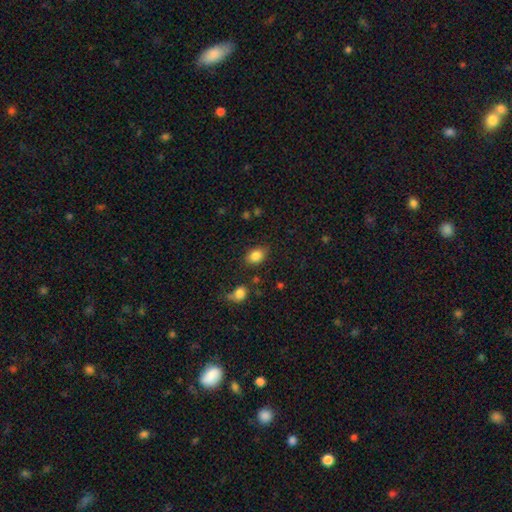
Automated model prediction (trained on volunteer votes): A smooth galaxy with no disk features (85%) that is in between round and cigar-shaped (68%).

Vote fractions:
- Smooth or featured? smooth: 85% / star or artifact: 10% / featured or disk: 6%
- How rounded? in between: 68% / round: 31% / cigar-shaped: 1%
- Merging? none: 77% / minor disturbance: 14% / merger: 5% / major disturbance: 5%